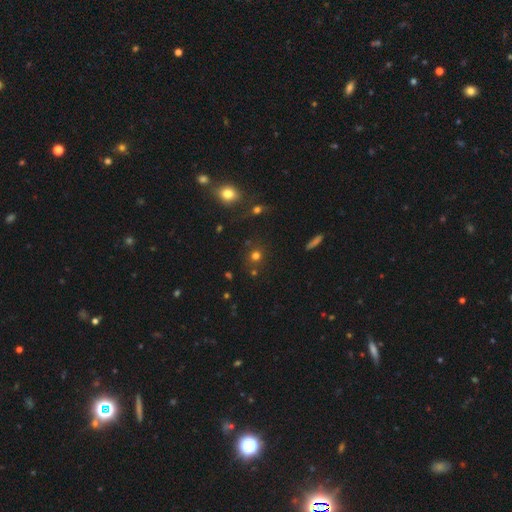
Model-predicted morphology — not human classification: This appears to be a smooth galaxy with no disk features (69%) that is round (88%). Merging: none (79%).